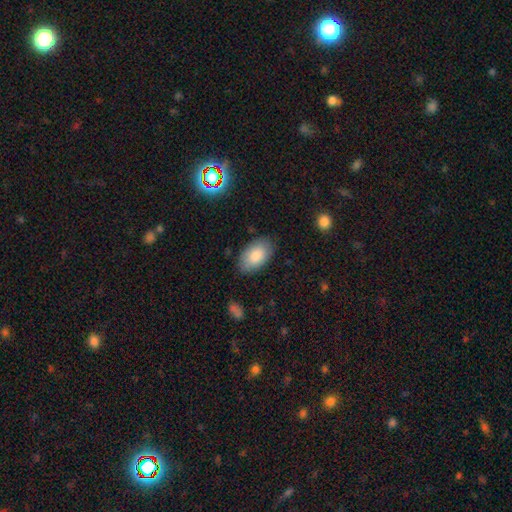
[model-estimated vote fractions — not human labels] Overall: smooth (84%). How rounded: in between (94%). Merging: none (83%).